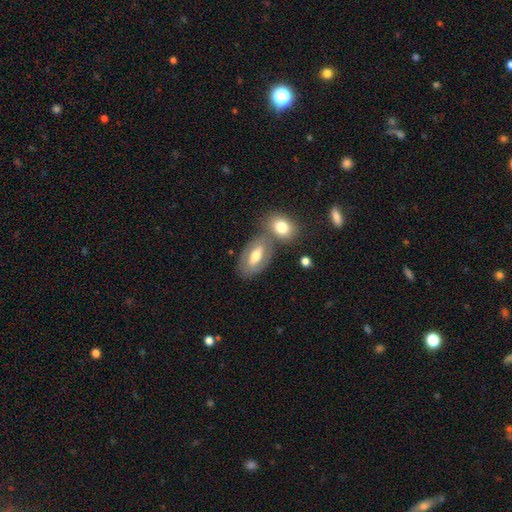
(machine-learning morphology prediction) The model was most divided on "smooth or featured": smooth: 49%, featured or disk: 43%, star or artifact: 7%. More confident: merging — none (56%).